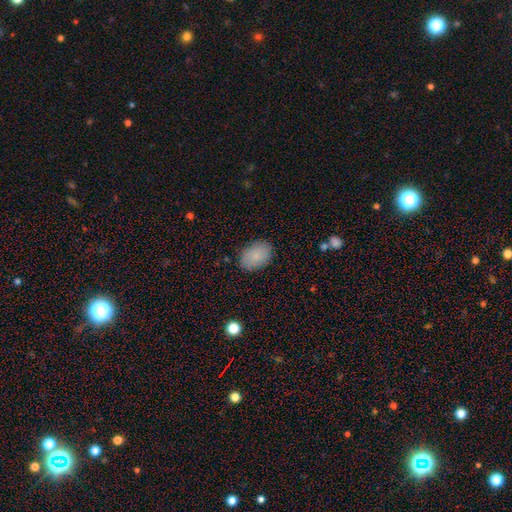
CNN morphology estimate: smooth-or-featured: smooth: 85% | featured or disk: 8% | star or artifact: 7%
  how-rounded: in between: 85% | round: 13% | cigar-shaped: 1%
  merging: none: 86% | minor disturbance: 10% | major disturbance: 2% | merger: 1%